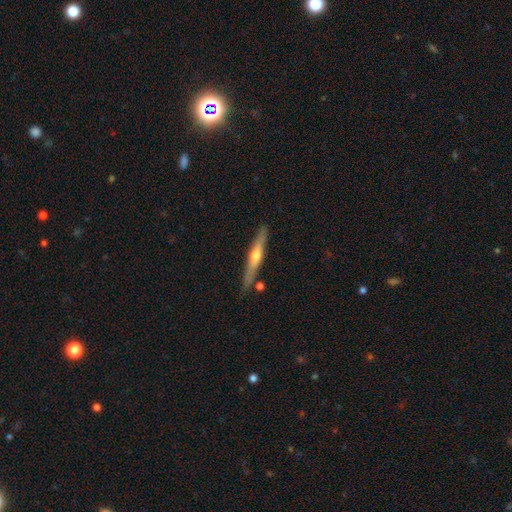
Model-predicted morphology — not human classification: smooth-or-featured: featured or disk: 60% | smooth: 34% | star or artifact: 6%
  disk-edge-on: yes: 94% | no: 6%
    edge-on-bulge: rounded: 82% | none: 14% | boxy: 4%
  merging: none: 84% | minor disturbance: 10% | merger: 4% | major disturbance: 2%